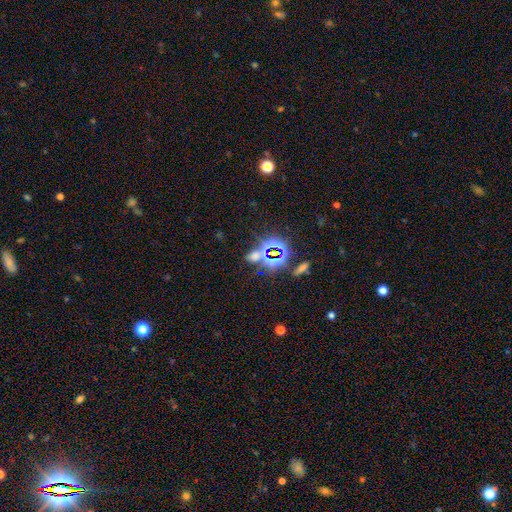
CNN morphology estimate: This appears to be a star or artifact, not a galaxy (59%).